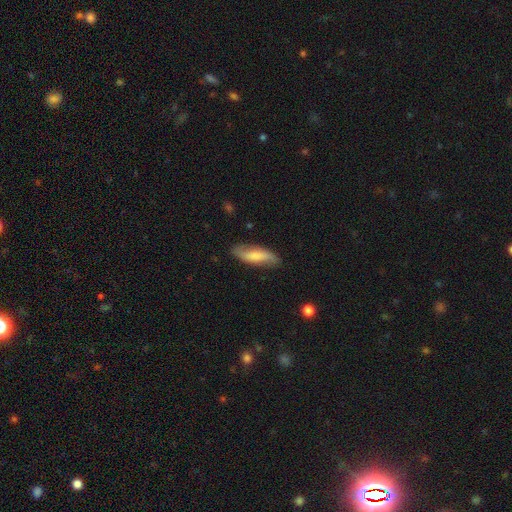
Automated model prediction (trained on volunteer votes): Smooth or featured? smooth (55%)
How rounded? cigar-shaped (52%)
Merging? none (77%)